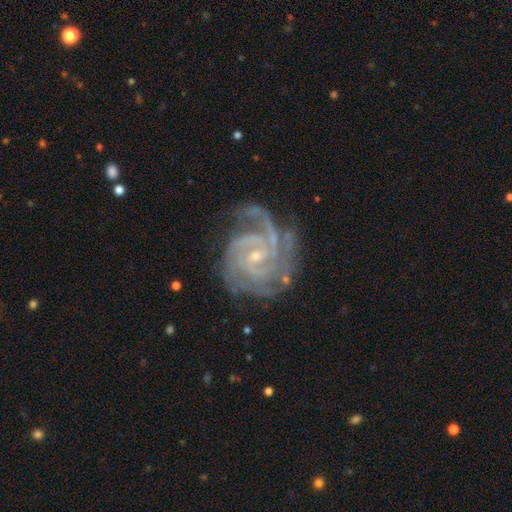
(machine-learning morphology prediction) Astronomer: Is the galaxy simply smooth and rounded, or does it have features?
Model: featured or disk — 92%.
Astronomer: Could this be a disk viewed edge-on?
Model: no — 98%.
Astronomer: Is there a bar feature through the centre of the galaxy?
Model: no — 50% (runner-up: weak, 37%).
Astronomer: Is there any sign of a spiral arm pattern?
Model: yes — 99%.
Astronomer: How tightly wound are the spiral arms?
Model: tight — 67%.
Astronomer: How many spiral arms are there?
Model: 3 — 34% (runner-up: 2, 21%).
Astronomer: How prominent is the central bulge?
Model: small — 80%.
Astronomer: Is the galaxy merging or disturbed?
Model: none — 66%.